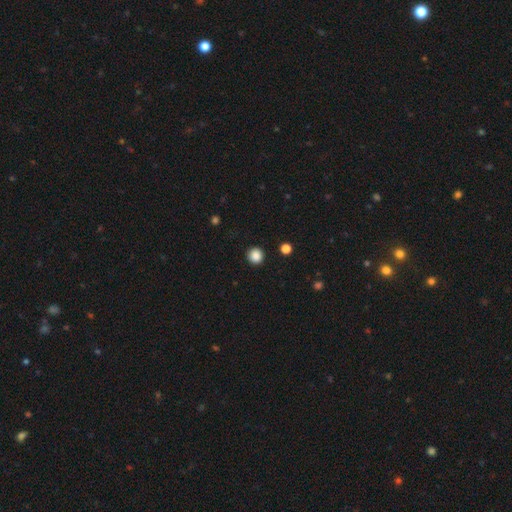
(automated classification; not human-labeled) Q: Smooth or featured?
A: smooth (87%); runner-up: star or artifact (10%)
Q: How rounded?
A: round (95%); runner-up: in between (4%)
Q: Merging?
A: none (93%); runner-up: minor disturbance (4%)